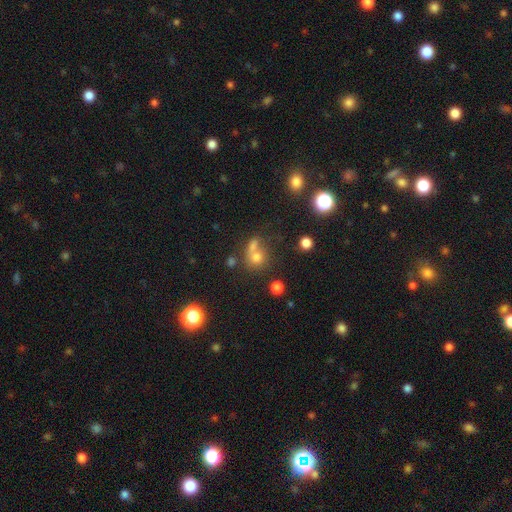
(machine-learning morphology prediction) Smooth or featured? smooth (65%)
How rounded? round (80%)
Merging? merger (44%)